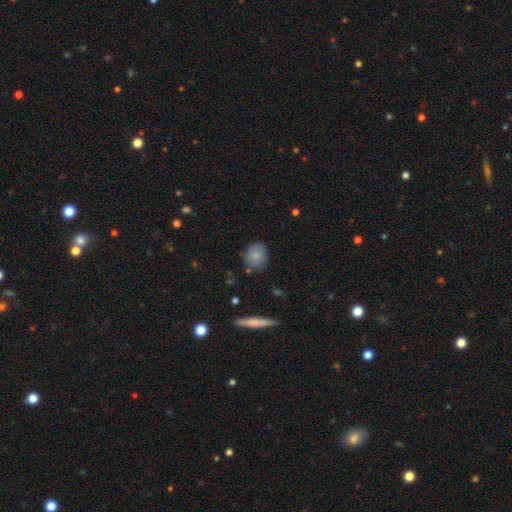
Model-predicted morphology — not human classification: Smooth or featured?
  - smooth: 83% *
  - featured or disk: 9%
  - star or artifact: 8%
How rounded?
  - round: 79% *
  - in between: 19%
  - cigar-shaped: 2%
Merging?
  - none: 80% *
  - minor disturbance: 14%
  - major disturbance: 3%
  - merger: 3%